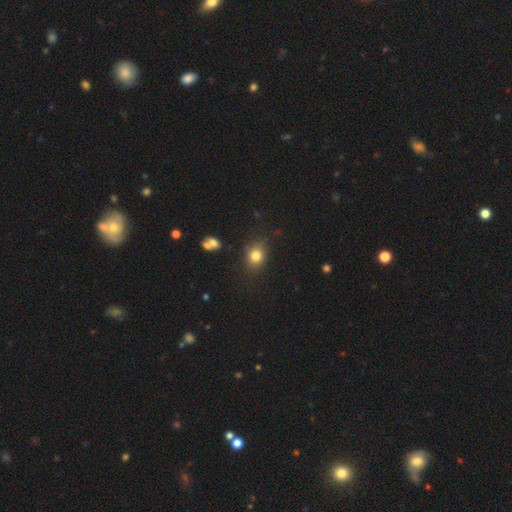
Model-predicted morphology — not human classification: type=smooth (79%); roundness=round (52%); merging=none (78%).